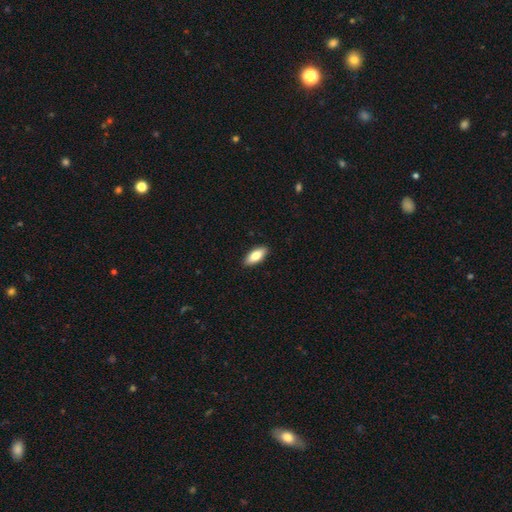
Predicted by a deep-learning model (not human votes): Smooth or featured: smooth — 79% (featured or disk — 15%)
How rounded: in between — 82% (cigar-shaped — 16%)
Merging: none — 90% (minor disturbance — 7%)